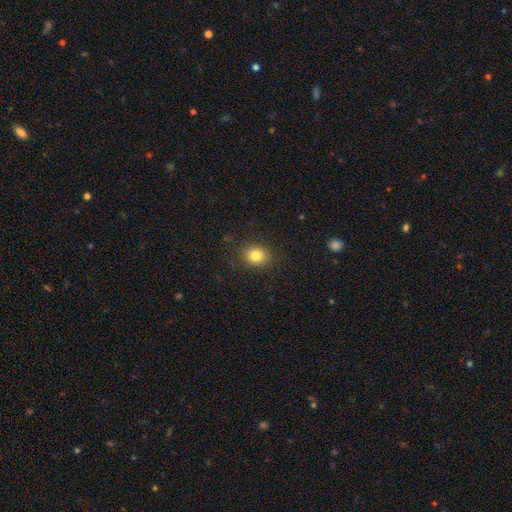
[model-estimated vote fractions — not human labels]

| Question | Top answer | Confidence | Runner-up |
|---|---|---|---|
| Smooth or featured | smooth | 82% | star or artifact (11%) |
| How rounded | round | 67% | in between (32%) |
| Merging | none | 87% | minor disturbance (9%) |